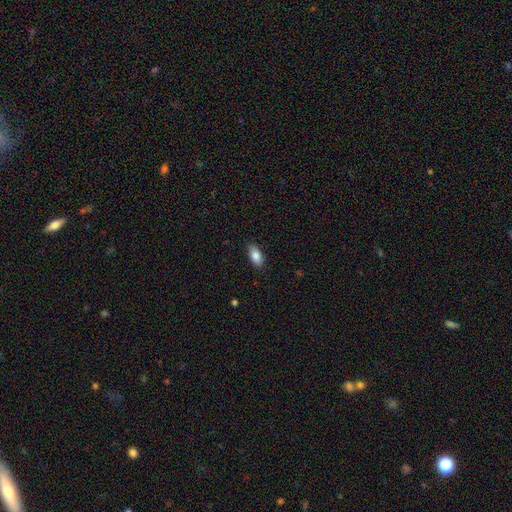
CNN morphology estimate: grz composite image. It shows a smooth galaxy with no disk features (85%) that is in between round and cigar-shaped (89%). Merging: none (86%).